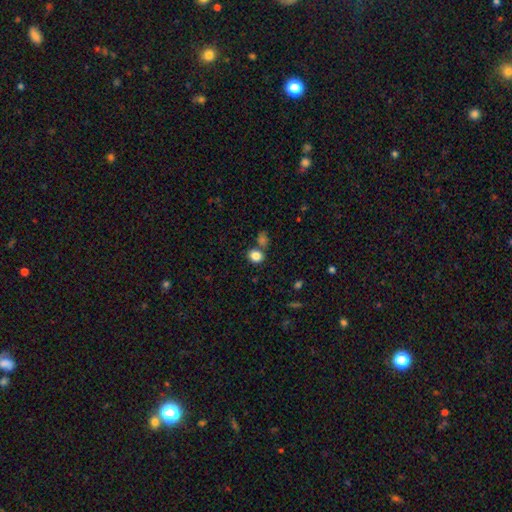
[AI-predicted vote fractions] Smooth or featured: smooth — 85% (star or artifact — 10%)
How rounded: round — 59% (in between — 40%)
Merging: none — 67% (merger — 18%)